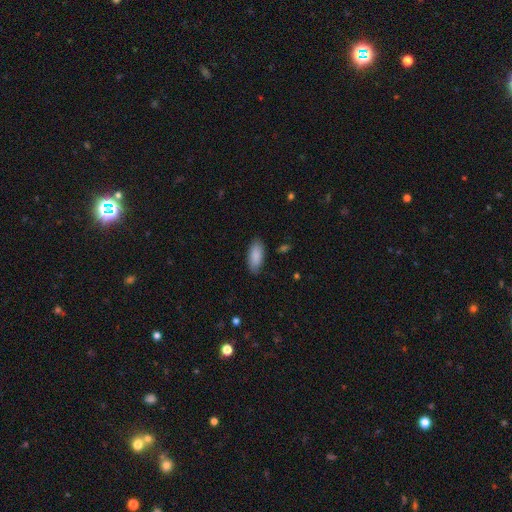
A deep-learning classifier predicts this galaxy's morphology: This appears to be a smooth galaxy with no disk features (88%) that is in between round and cigar-shaped (87%). Merging: none (84%).